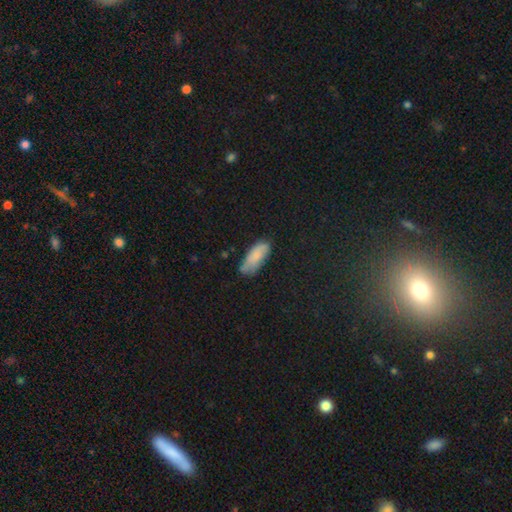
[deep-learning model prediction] Overall: smooth (77%). How rounded: in between (78%). Merging: none (58%; minor disturbance 32%).